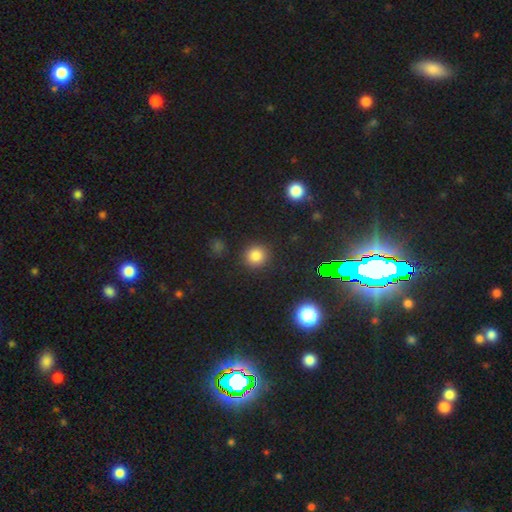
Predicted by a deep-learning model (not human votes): smooth 81%, star or artifact 15%, featured or disk 5%. Down the decision tree: how rounded — round (93%); merging — none (91%).